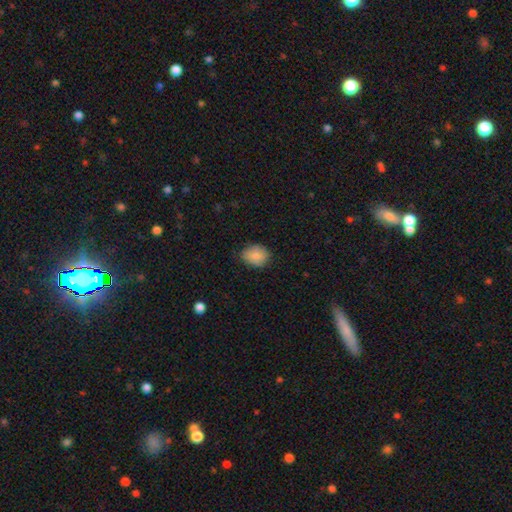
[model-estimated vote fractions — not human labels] Smooth or featured?
  - smooth: 84% *
  - featured or disk: 8%
  - star or artifact: 8%
How rounded?
  - in between: 53% *
  - round: 46%
  - cigar-shaped: 1%
Merging?
  - none: 73% *
  - minor disturbance: 23%
  - major disturbance: 4%
  - merger: 1%